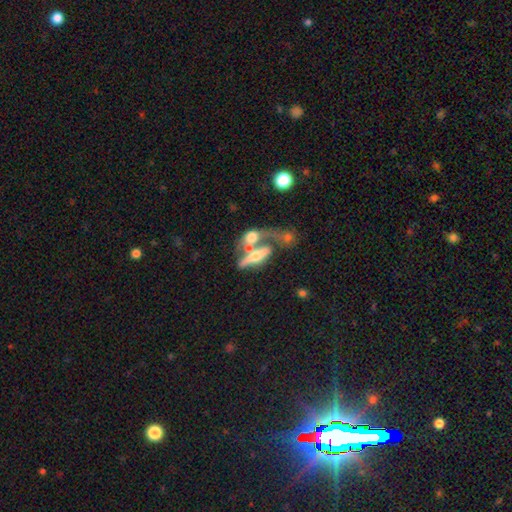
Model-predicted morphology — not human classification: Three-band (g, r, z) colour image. It shows a featured or disk galaxy (54%) viewed edge-on (58%). Merging: merger (58%).